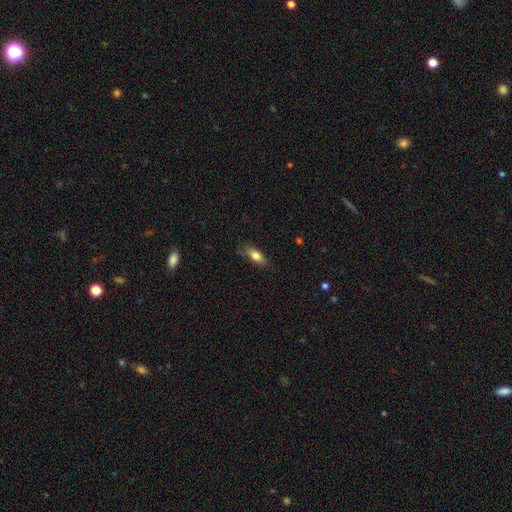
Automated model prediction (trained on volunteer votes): Q: Smooth or featured?
A: smooth (77%); runner-up: featured or disk (16%)
Q: How rounded?
A: in between (75%); runner-up: cigar-shaped (21%)
Q: Merging?
A: none (74%); runner-up: minor disturbance (20%)